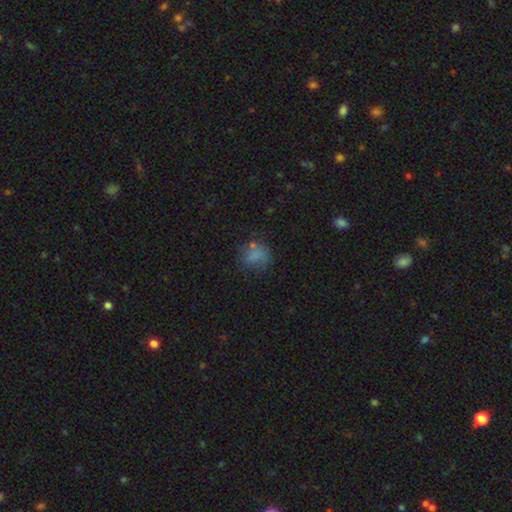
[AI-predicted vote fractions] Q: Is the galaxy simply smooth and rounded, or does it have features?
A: smooth — 72%.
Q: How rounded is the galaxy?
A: round — 58%.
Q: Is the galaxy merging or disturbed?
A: none — 60%.